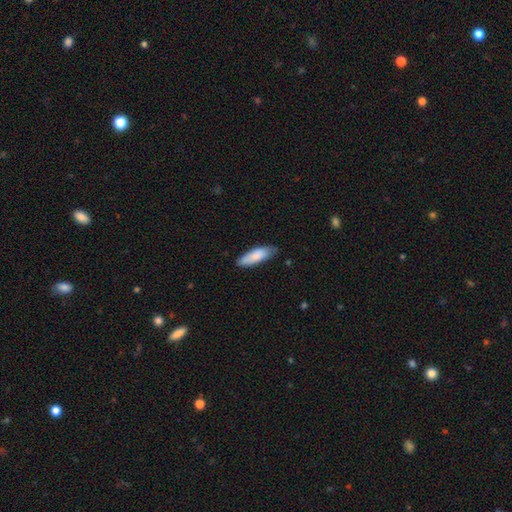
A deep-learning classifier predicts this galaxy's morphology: A smooth galaxy with no disk features (83%) that is in between round and cigar-shaped (59%).

Vote fractions:
- Smooth or featured? smooth: 83% / featured or disk: 12% / star or artifact: 5%
- How rounded? in between: 59% / cigar-shaped: 39% / round: 1%
- Merging? none: 76% / minor disturbance: 20% / major disturbance: 3% / merger: 1%